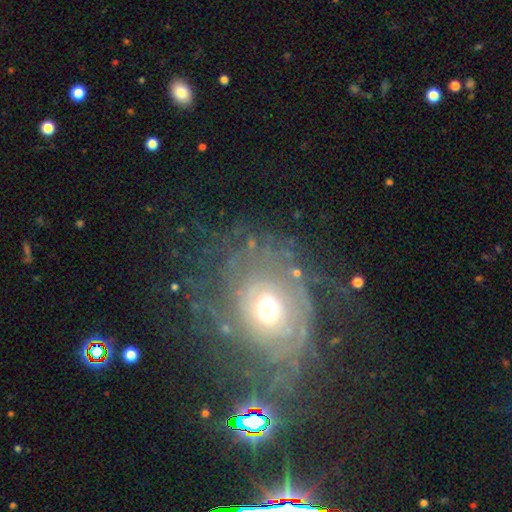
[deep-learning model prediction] Smooth or featured: featured or disk — 69% (smooth — 17%)
Edge-on disk: no — 96% (yes — 4%)
Bar: no — 78% (weak — 17%)
Spiral arms: yes — 74% (no — 26%)
Bulge size: moderate — 67% (small — 18%)
Merging: none — 56% (major disturbance — 22%)